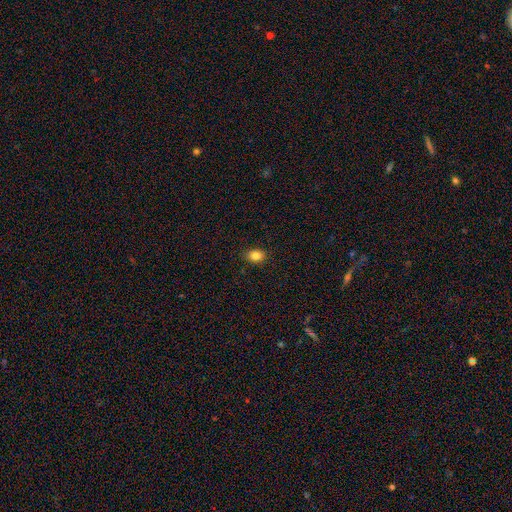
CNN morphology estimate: smooth 84%, star or artifact 10%, featured or disk 5%. Down the decision tree: how rounded — in between (70%); merging — none (88%).